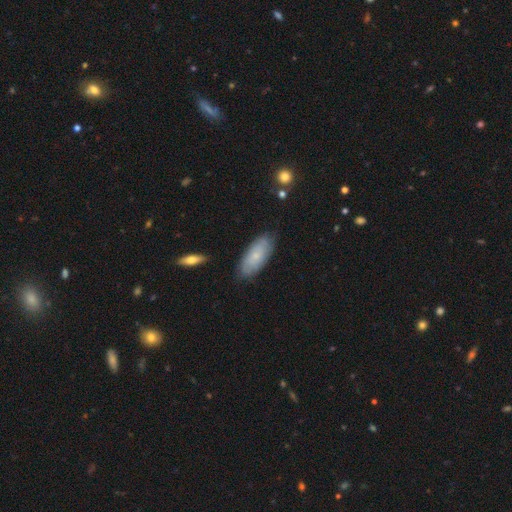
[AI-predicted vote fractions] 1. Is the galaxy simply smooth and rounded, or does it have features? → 60% smooth, 33% featured or disk, 7% star or artifact.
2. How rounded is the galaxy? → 85% in between, 12% cigar-shaped, 2% round.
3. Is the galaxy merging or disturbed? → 81% none, 15% minor disturbance, 3% major disturbance, 1% merger.